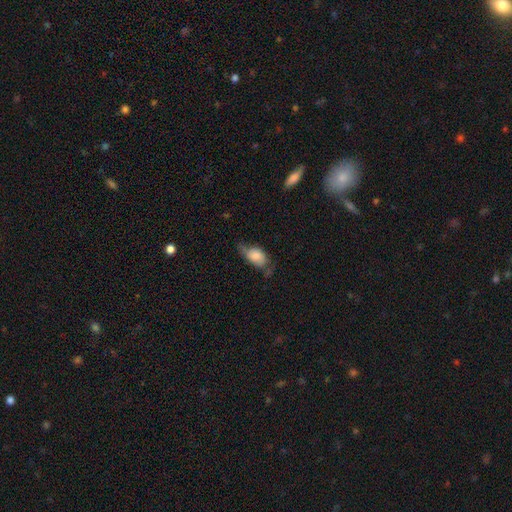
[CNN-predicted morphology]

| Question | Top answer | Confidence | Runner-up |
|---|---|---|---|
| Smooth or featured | smooth | 69% | featured or disk (24%) |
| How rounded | in between | 89% | round (8%) |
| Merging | none | 43% | minor disturbance (37%) |